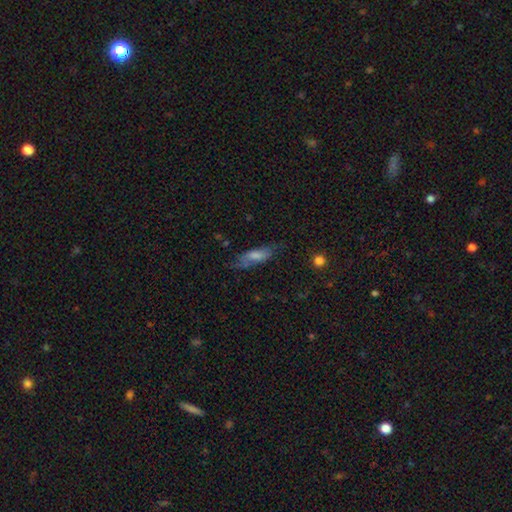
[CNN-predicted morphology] Q: Smooth or featured?
A: smooth (63%); runner-up: featured or disk (29%)
Q: How rounded?
A: in between (62%); runner-up: cigar-shaped (35%)
Q: Merging?
A: none (54%); runner-up: minor disturbance (28%)